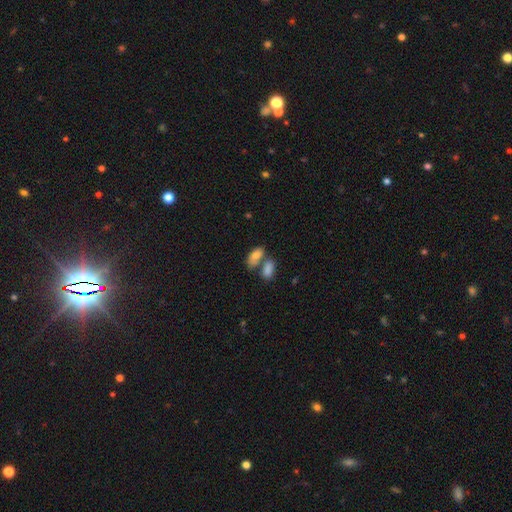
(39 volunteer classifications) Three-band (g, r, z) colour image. It shows a smooth galaxy with no disk features (90%) that is in between round and cigar-shaped (89%). Merging: none (51%).